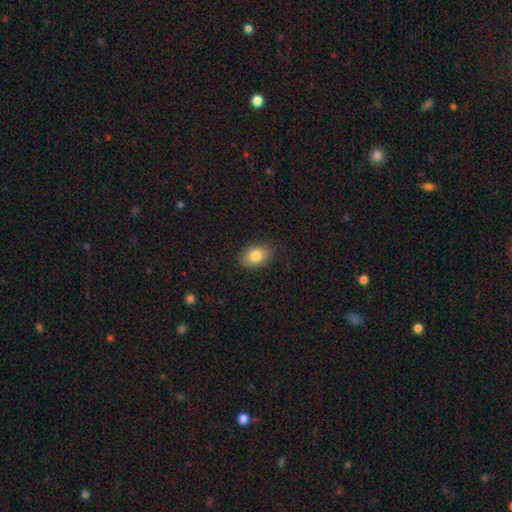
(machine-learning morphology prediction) Smooth or featured? Predicted: smooth (p=0.83). How rounded? Predicted: in between (p=0.83). Merging? Predicted: none (p=0.86).